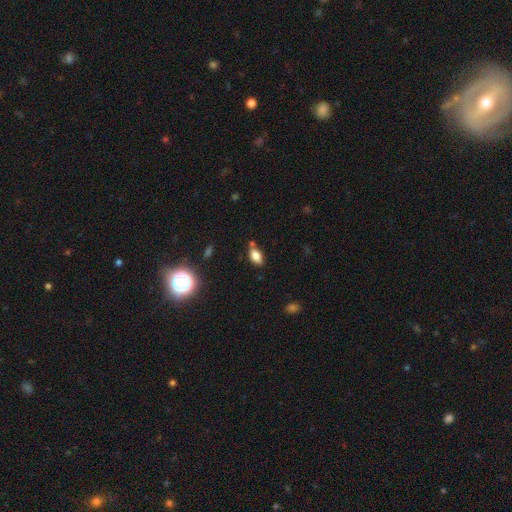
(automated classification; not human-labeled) smooth 73%, featured or disk 15%, star or artifact 11%. Down the decision tree: how rounded — in between (87%); merging — none (68%).